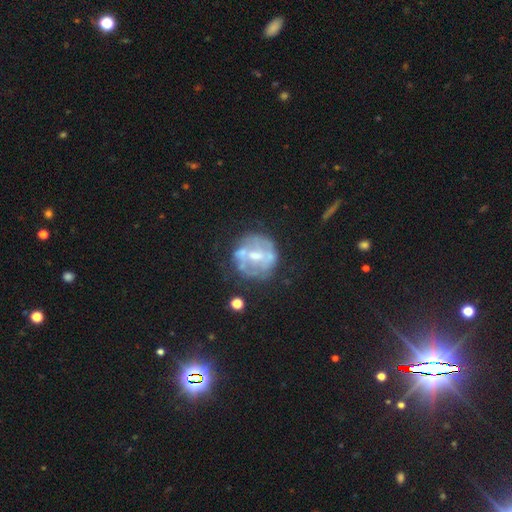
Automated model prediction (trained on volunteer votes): Smooth or featured?
  - featured or disk: 67% *
  - smooth: 24%
  - star or artifact: 9%
Edge-on disk?
  - no: 97% *
  - yes: 3%
Bar?
  - no: 44% *
  - weak: 38%
  - strong: 18%
Spiral arms?
  - no: 66% *
  - yes: 34%
Bulge size?
  - moderate: 49% *
  - small: 36%
  - none: 10%
  - large: 4%
  - dominant: 1%
Merging?
  - none: 59% *
  - minor disturbance: 19%
  - major disturbance: 13%
  - merger: 9%